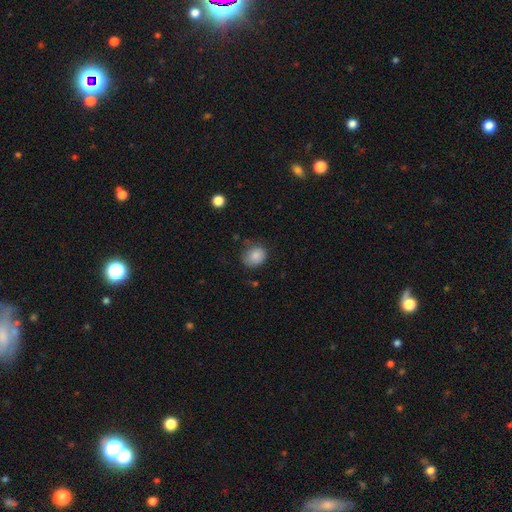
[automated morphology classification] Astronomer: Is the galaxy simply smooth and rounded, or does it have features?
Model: smooth — 85%.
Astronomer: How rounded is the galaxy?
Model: round — 62%.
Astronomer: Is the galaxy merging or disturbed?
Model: none — 66%.